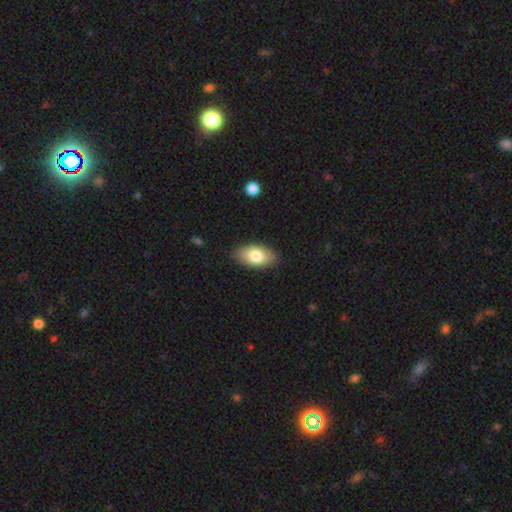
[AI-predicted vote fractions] Overall: smooth (78%). How rounded: in between (93%). Merging: none (86%).